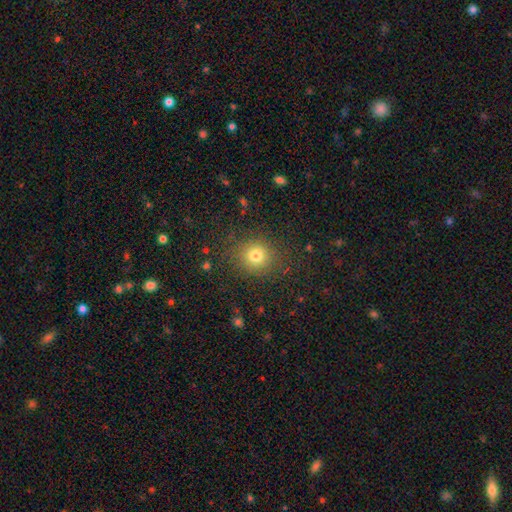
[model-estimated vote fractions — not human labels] This is likely a smooth galaxy (76%). How rounded: clearly round (84%). Merging: clearly none (85%).